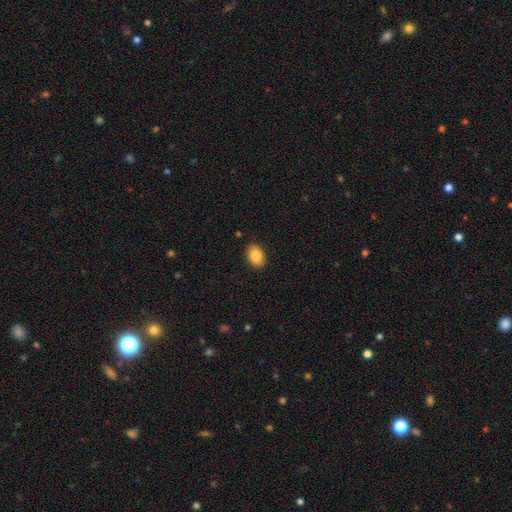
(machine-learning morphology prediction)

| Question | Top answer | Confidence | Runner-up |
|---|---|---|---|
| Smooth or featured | smooth | 88% | star or artifact (7%) |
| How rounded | in between | 85% | round (13%) |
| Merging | none | 88% | minor disturbance (9%) |